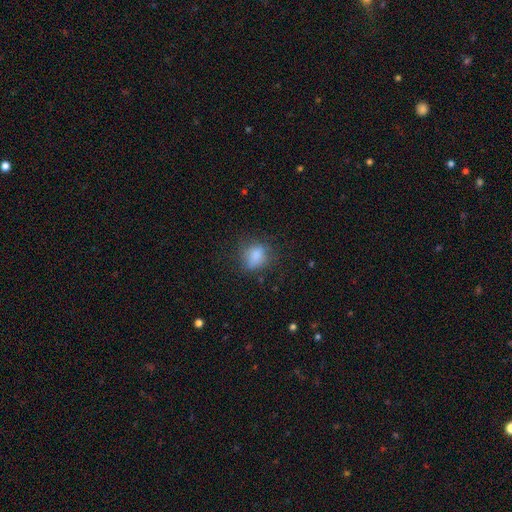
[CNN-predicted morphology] Overall: smooth (81%). How rounded: round (64%; in between 34%). Merging: none (65%).